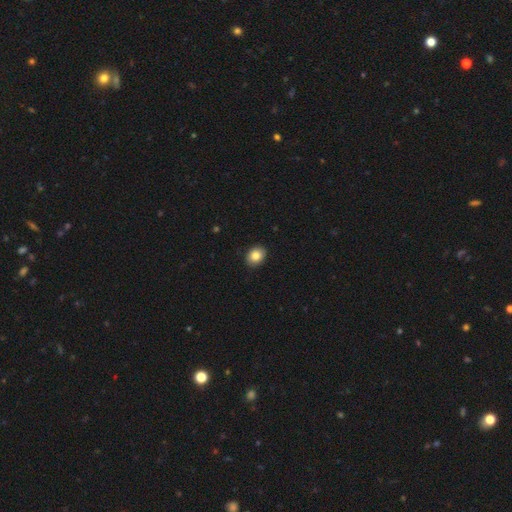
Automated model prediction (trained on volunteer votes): A smooth galaxy with no disk features (85%) that is in between round and cigar-shaped (59%).

Vote fractions:
- Smooth or featured? smooth: 85% / star or artifact: 8% / featured or disk: 7%
- How rounded? in between: 59% / round: 40% / cigar-shaped: 1%
- Merging? none: 90% / minor disturbance: 8% / major disturbance: 2% / merger: 1%